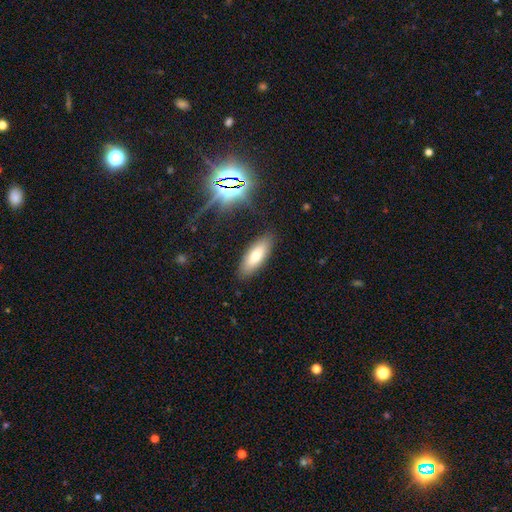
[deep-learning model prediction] Smooth or featured? Predicted: smooth (p=0.70). How rounded? Predicted: in between (p=0.67). Merging? Predicted: none (p=0.87).